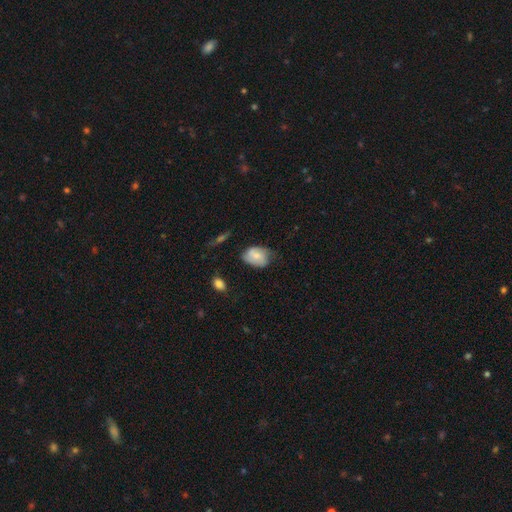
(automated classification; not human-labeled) smooth-or-featured: smooth: 69% | featured or disk: 24% | star or artifact: 7%
  how-rounded: in between: 79% | round: 20% | cigar-shaped: 1%
  merging: none: 52% | minor disturbance: 36% | major disturbance: 10% | merger: 2%